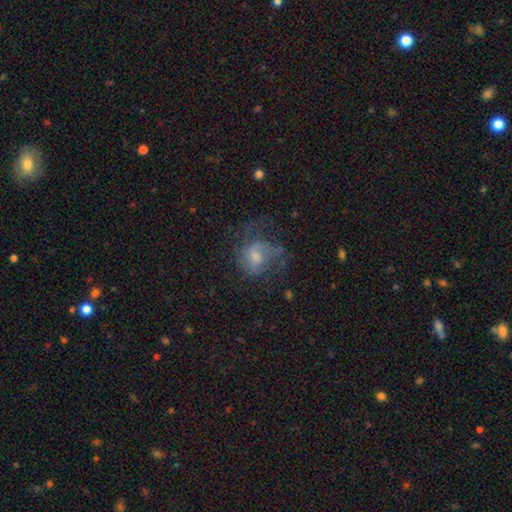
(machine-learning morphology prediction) This appears to be a featured or disk galaxy (51%). Merging: none (38%).